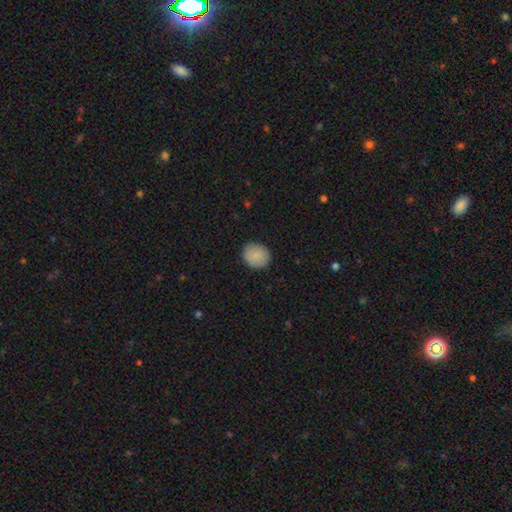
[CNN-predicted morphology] This appears to be a smooth galaxy with no disk features (88%) that is round (75%). Merging: none (89%).